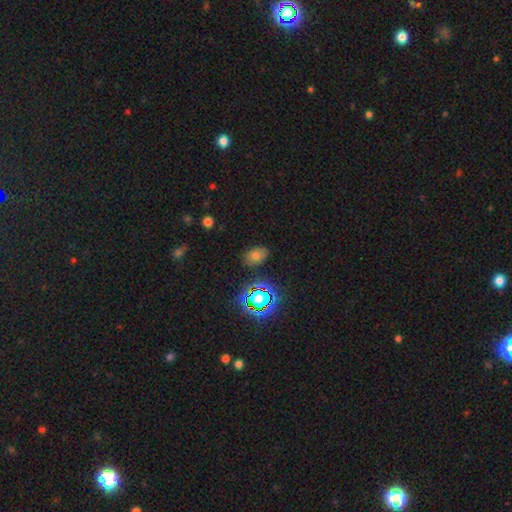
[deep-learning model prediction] Morphology: type=smooth (61%); roundness=in between (82%); merging=none (83%).